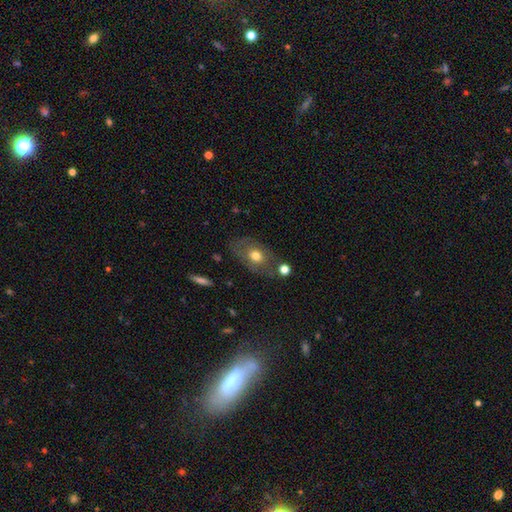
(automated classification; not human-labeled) Smooth or featured?
  - smooth: 62% *
  - featured or disk: 29%
  - star or artifact: 8%
How rounded?
  - in between: 77% *
  - round: 21%
  - cigar-shaped: 2%
Merging?
  - none: 67% *
  - minor disturbance: 18%
  - major disturbance: 8%
  - merger: 6%